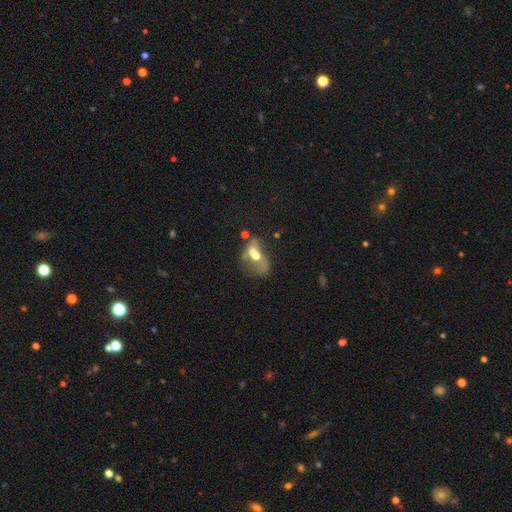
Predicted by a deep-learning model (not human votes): This appears to be a smooth galaxy with no disk features (45%). Merging: major disturbance (35%).